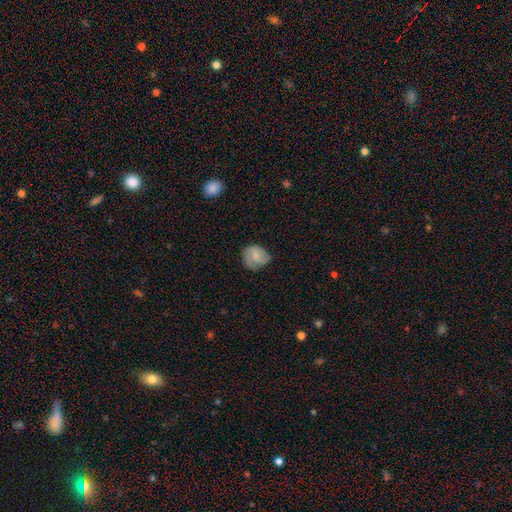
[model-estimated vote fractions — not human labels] Smooth or featured? smooth (64%)
How rounded? round (66%)
Merging? none (53%)